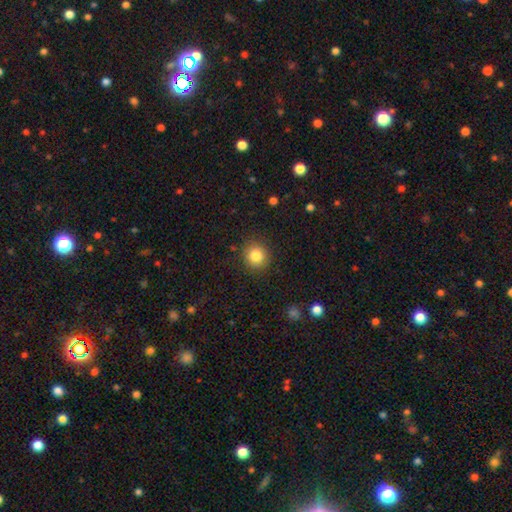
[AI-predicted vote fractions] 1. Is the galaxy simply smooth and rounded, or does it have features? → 84% smooth, 10% star or artifact, 6% featured or disk.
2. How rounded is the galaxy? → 88% round, 11% in between, 1% cigar-shaped.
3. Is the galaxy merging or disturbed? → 88% none, 8% minor disturbance, 3% major disturbance, 1% merger.